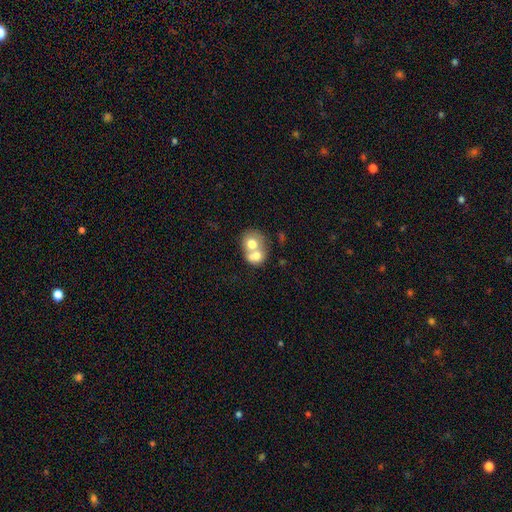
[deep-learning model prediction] Smooth or featured? smooth (64%)
How rounded? round (63%)
Merging? merger (71%)